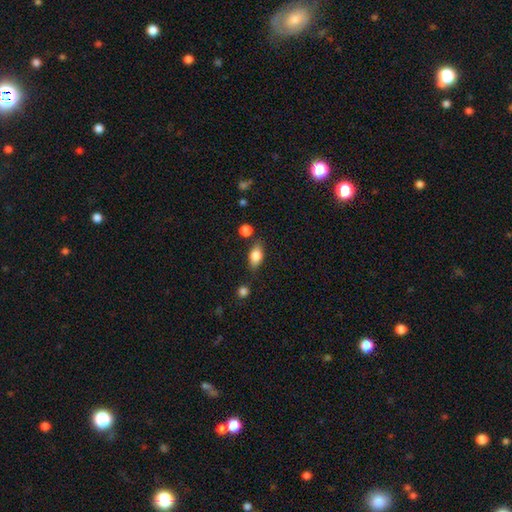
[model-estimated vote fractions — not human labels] Smooth or featured? smooth (75%)
How rounded? in between (83%)
Merging? none (76%)